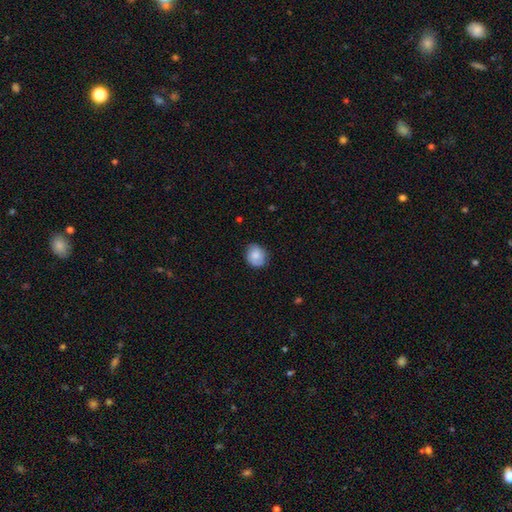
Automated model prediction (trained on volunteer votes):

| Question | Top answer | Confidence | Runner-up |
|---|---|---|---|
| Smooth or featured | smooth | 76% | featured or disk (16%) |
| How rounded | round | 65% | in between (34%) |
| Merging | none | 77% | minor disturbance (18%) |